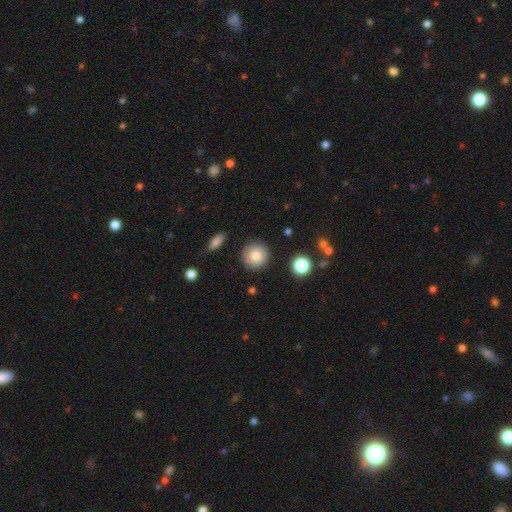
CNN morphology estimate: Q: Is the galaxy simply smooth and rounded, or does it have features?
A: smooth — 79%.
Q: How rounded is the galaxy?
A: round — 94%.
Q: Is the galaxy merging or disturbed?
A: none — 87%.